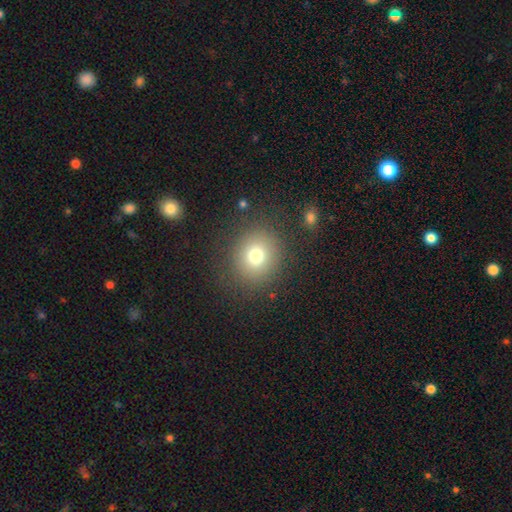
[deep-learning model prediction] Q: Smooth or featured?
A: smooth (74%); runner-up: star or artifact (15%)
Q: How rounded?
A: round (81%); runner-up: in between (18%)
Q: Merging?
A: none (84%); runner-up: minor disturbance (9%)